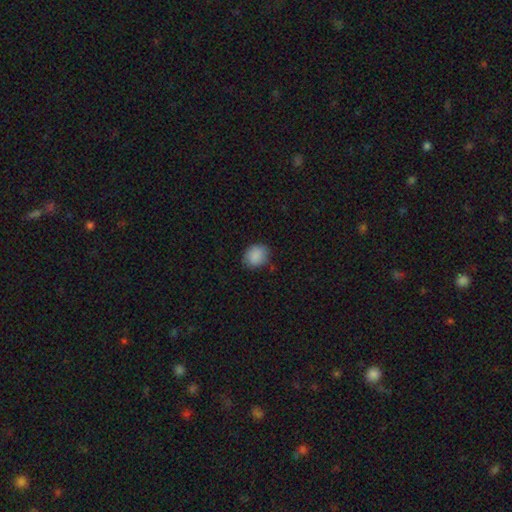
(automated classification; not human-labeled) A smooth galaxy with no disk features (88%) that is round (57%). Merging: none (81%).